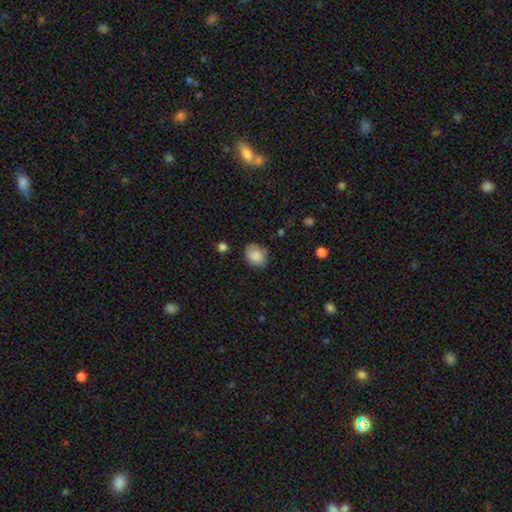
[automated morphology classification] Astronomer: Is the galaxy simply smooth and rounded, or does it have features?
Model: smooth — 87%.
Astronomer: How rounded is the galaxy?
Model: in between — 51% (runner-up: round, 48%).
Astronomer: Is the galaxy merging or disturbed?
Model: none — 77%.